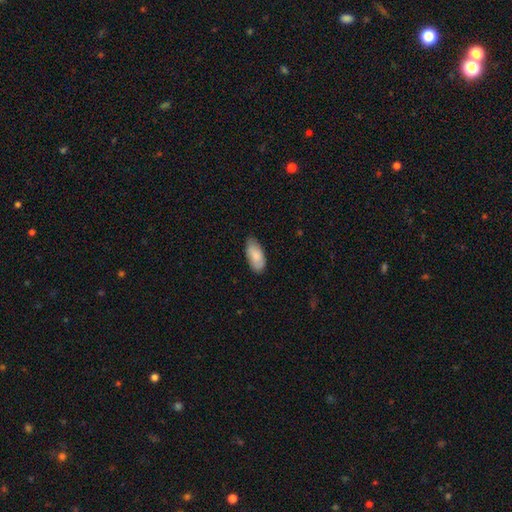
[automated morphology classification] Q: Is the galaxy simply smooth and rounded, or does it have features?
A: smooth — 83%.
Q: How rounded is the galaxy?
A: in between — 91%.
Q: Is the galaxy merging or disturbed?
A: none — 79%.